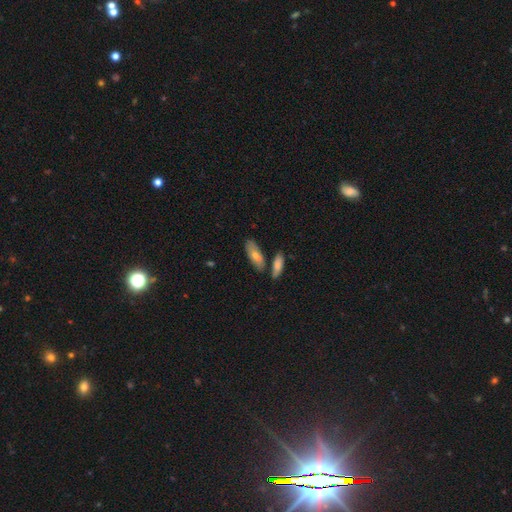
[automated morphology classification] A smooth galaxy with no disk features (67%) that is in between round and cigar-shaped (72%).

Vote fractions:
- Smooth or featured? smooth: 67% / featured or disk: 26% / star or artifact: 7%
- How rounded? in between: 72% / cigar-shaped: 26% / round: 3%
- Merging? none: 67% / merger: 17% / minor disturbance: 13% / major disturbance: 3%